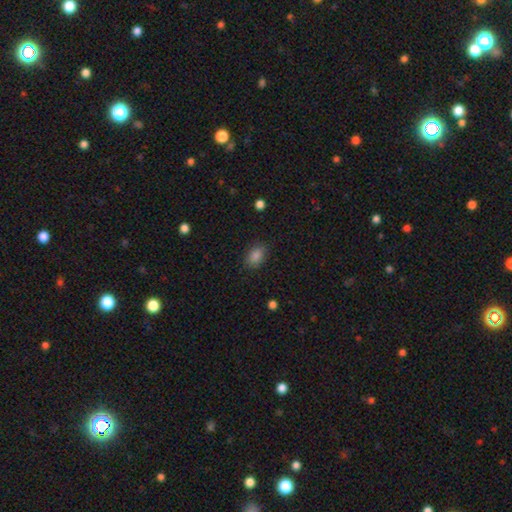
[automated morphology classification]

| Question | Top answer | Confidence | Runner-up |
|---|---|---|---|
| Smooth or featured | smooth | 84% | star or artifact (11%) |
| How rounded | in between | 80% | round (19%) |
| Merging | none | 87% | minor disturbance (9%) |